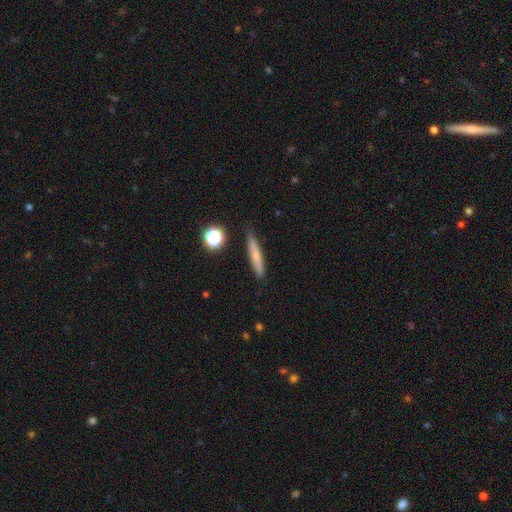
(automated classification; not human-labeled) A smooth galaxy with no disk features (64%) that is cigar-shaped (90%). Merging: none (85%).